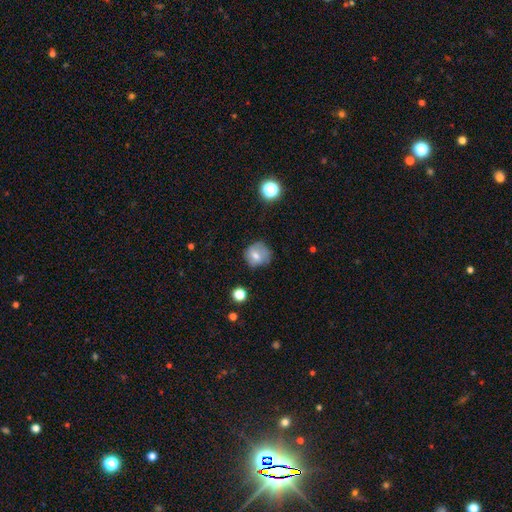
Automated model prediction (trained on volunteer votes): Overall: smooth (71%). How rounded: round (86%). Merging: none (67%).